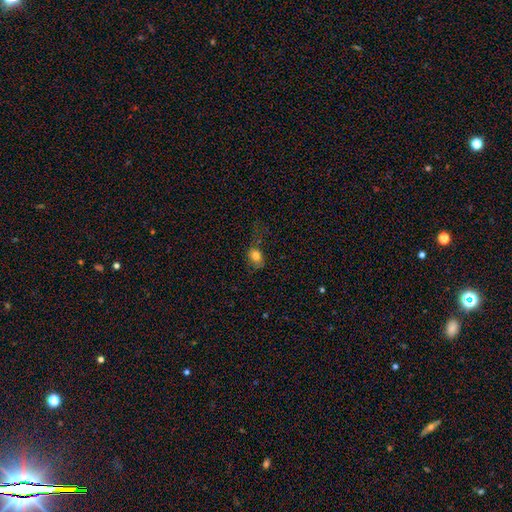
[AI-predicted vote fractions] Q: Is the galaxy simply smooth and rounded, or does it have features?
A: smooth — 79%.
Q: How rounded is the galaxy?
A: in between — 58%.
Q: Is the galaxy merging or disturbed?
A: none — 46%.